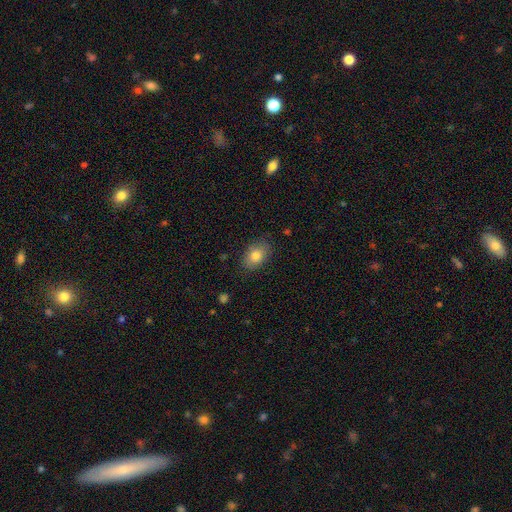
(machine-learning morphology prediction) smooth 82%, featured or disk 10%, star or artifact 8%. Down the decision tree: how rounded — in between (83%); merging — none (82%).